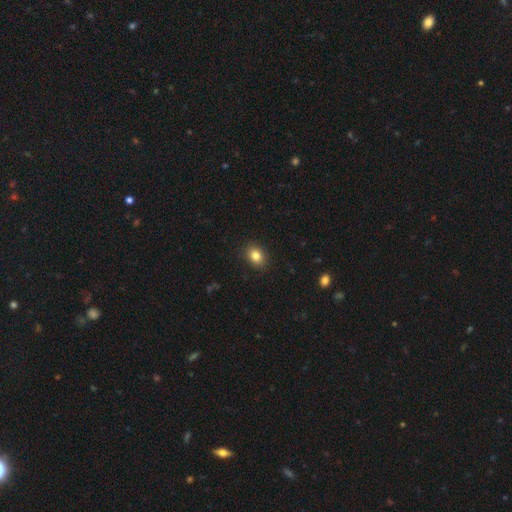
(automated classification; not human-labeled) smooth_or_featured: smooth (p=0.83) [alt: star or artifact p=0.10]
how_rounded: in between (p=0.59) [alt: round p=0.40]
merging: none (p=0.89) [alt: minor disturbance p=0.08]